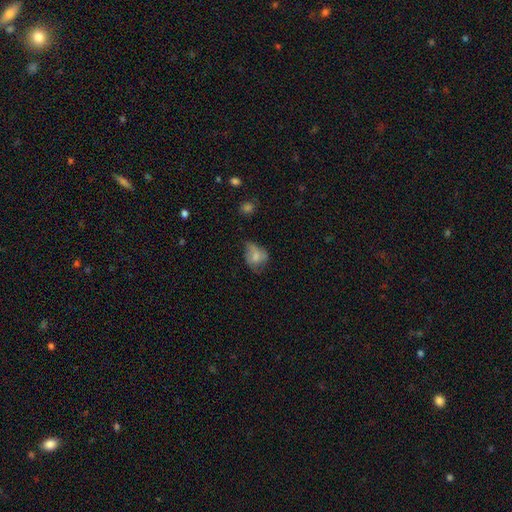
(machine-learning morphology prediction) Smooth or featured?
  - smooth: 65% *
  - featured or disk: 25%
  - star or artifact: 11%
How rounded?
  - in between: 63% *
  - round: 35%
  - cigar-shaped: 1%
Merging?
  - minor disturbance: 36% *
  - none: 34%
  - major disturbance: 26%
  - merger: 4%